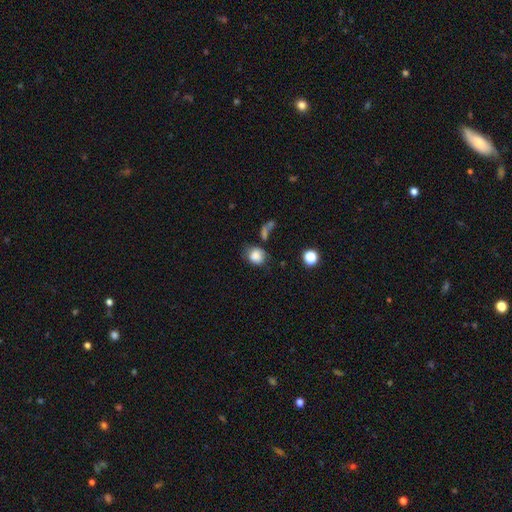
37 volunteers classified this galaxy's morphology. Overall: smooth (81%). How rounded: round (57%; in between 43%). Merging: none (60%; minor disturbance 29%).